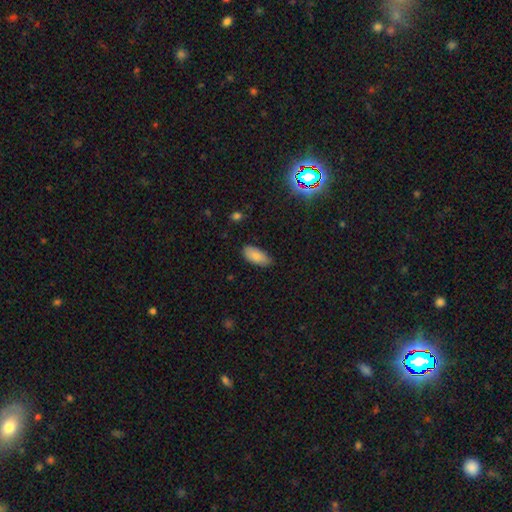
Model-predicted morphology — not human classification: The model was most divided on "merging": none: 77%, minor disturbance: 20%, major disturbance: 3%, merger: 1%. More confident: how rounded — in between (92%); smooth or featured — smooth (84%).